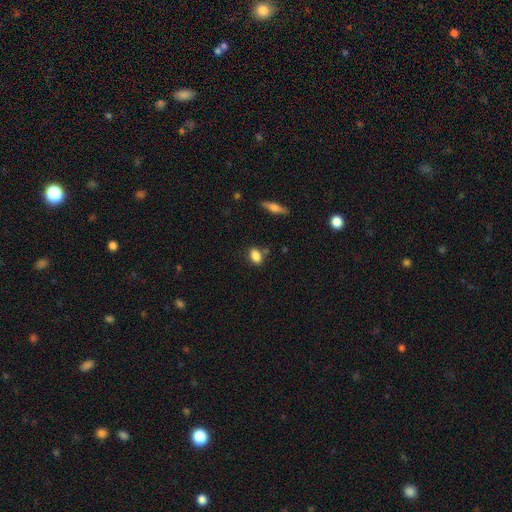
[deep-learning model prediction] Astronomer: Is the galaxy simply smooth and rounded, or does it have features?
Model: smooth — 84%.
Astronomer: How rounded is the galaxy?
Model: in between — 83%.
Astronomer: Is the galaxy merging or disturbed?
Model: none — 74%.